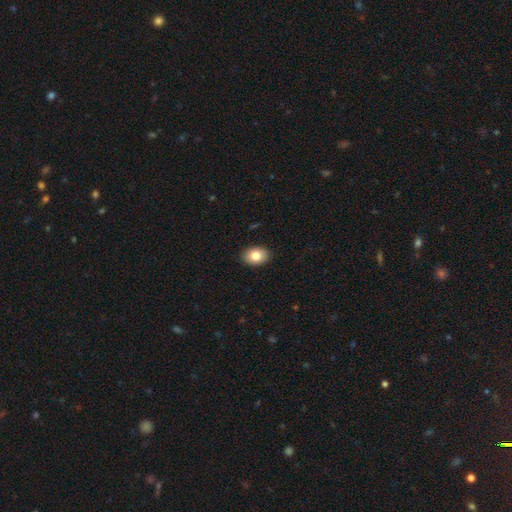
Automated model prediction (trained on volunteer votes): A smooth galaxy with no disk features (83%) that is in between round and cigar-shaped (77%). Merging: none (90%).